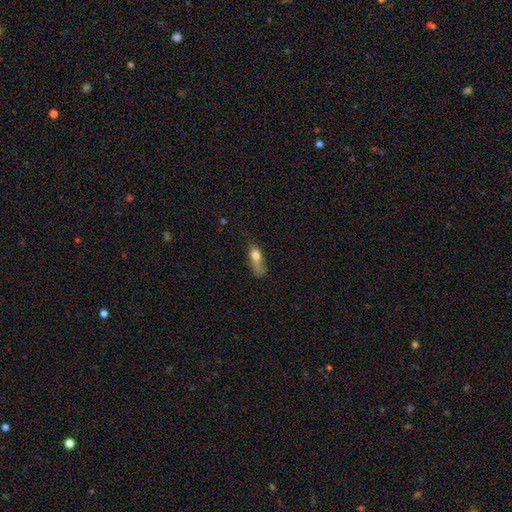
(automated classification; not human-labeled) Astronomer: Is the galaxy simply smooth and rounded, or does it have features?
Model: smooth — 69%.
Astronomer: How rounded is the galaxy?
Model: in between — 62%.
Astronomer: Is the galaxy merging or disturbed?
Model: major disturbance — 34% (runner-up: minor disturbance, 31%).